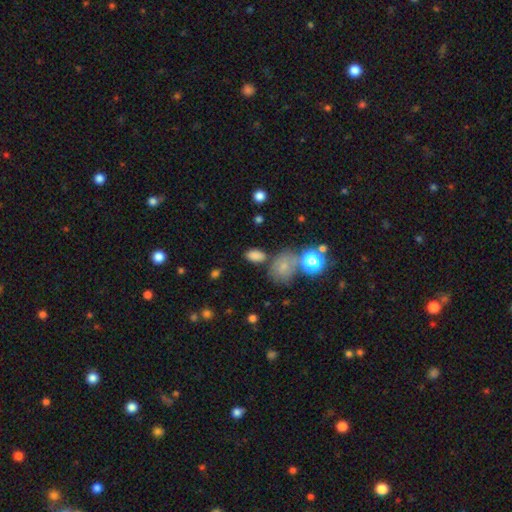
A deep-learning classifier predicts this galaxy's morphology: This is likely a smooth galaxy (80%). How rounded: clearly in between (82%). Merging: likely none (67%).